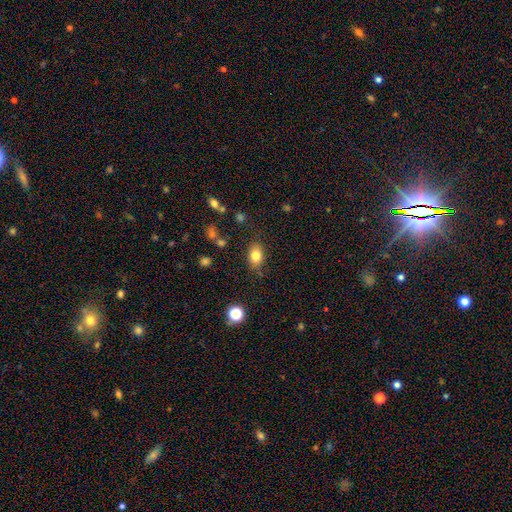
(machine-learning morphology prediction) A smooth galaxy with no disk features (81%) that is in between round and cigar-shaped (79%).

Vote fractions:
- Smooth or featured? smooth: 81% / star or artifact: 10% / featured or disk: 9%
- How rounded? in between: 79% / round: 19% / cigar-shaped: 2%
- Merging? none: 80% / minor disturbance: 14% / major disturbance: 4% / merger: 3%